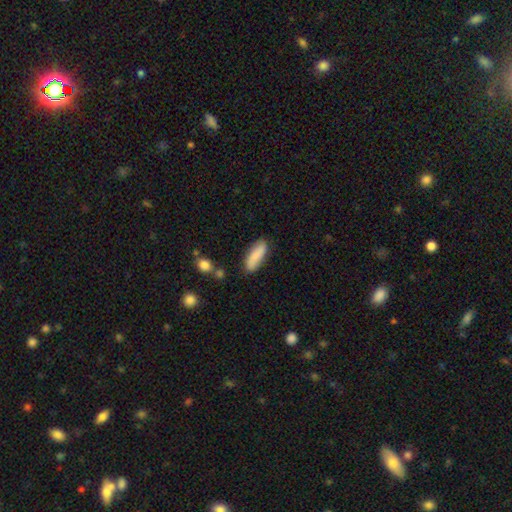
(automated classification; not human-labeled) This appears to be a smooth galaxy with no disk features (79%) that is in between round and cigar-shaped (57%). Merging: none (79%).